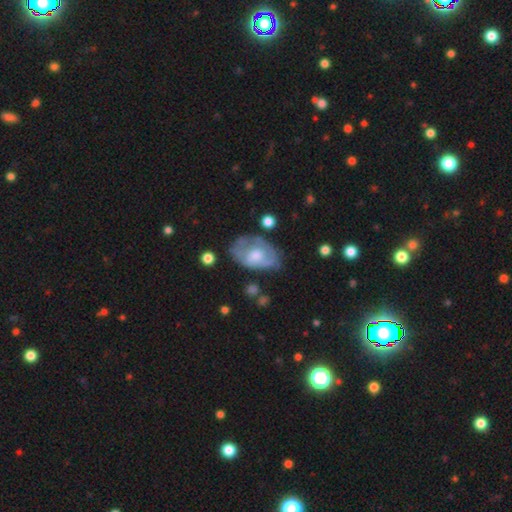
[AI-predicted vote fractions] Q: Smooth or featured?
A: featured or disk (53%); runner-up: smooth (41%)
Q: Edge-on disk?
A: no (93%); runner-up: yes (7%)
Q: Merging?
A: none (54%); runner-up: minor disturbance (28%)